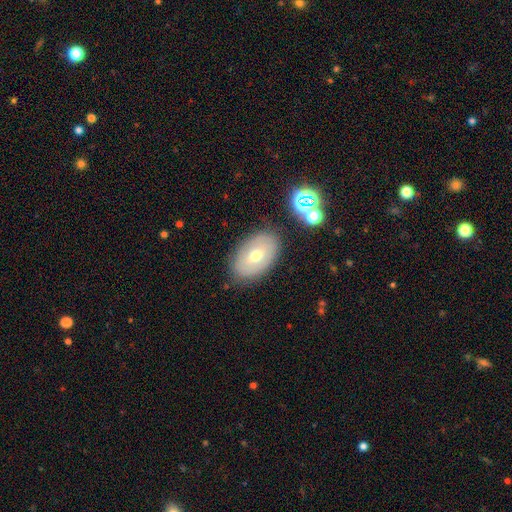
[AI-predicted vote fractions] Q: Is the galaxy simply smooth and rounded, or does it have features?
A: smooth — 56%.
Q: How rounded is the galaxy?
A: in between — 89%.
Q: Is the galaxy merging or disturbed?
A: none — 81%.